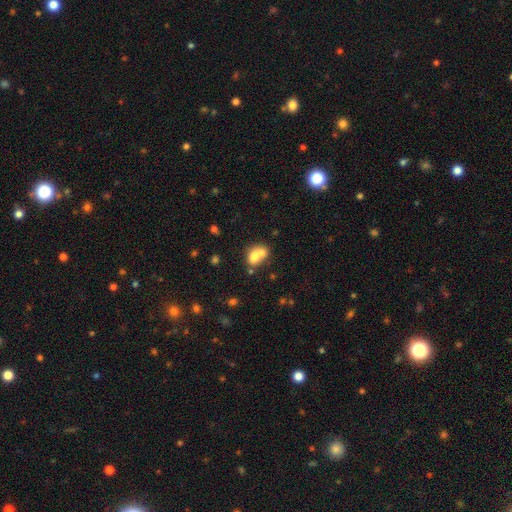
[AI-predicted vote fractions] smooth-or-featured: smooth: 69% | featured or disk: 21% | star or artifact: 10%
  how-rounded: in between: 54% | round: 45% | cigar-shaped: 1%
  merging: merger: 63% | none: 25% | minor disturbance: 8% | major disturbance: 4%